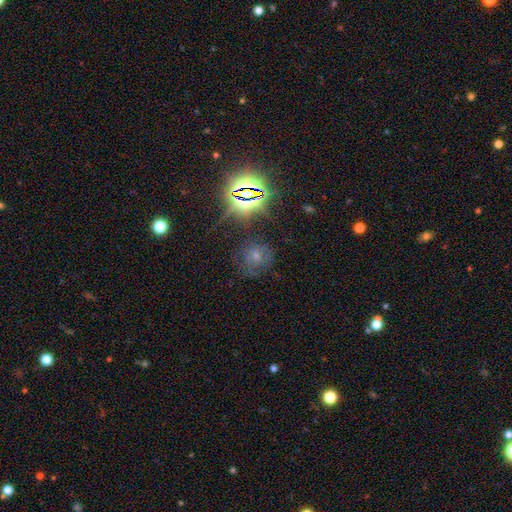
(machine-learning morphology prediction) smooth_or_featured: smooth (p=0.43) [alt: star or artifact p=0.37]
merging: none (p=0.63) [alt: minor disturbance p=0.19]